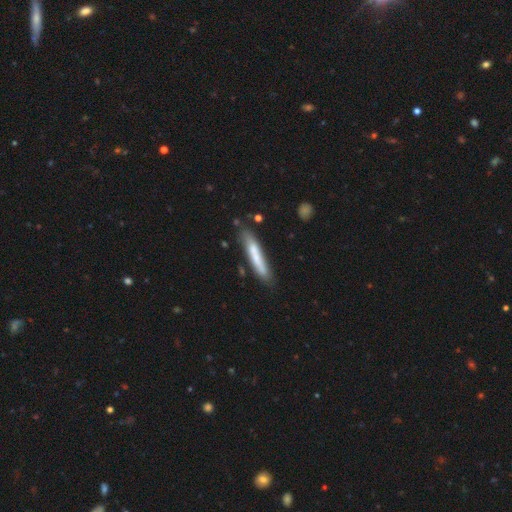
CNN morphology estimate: smooth_or_featured: smooth (p=0.59) [alt: featured or disk p=0.35]
how_rounded: cigar-shaped (p=0.92) [alt: in between p=0.07]
merging: none (p=0.71) [alt: minor disturbance p=0.18]